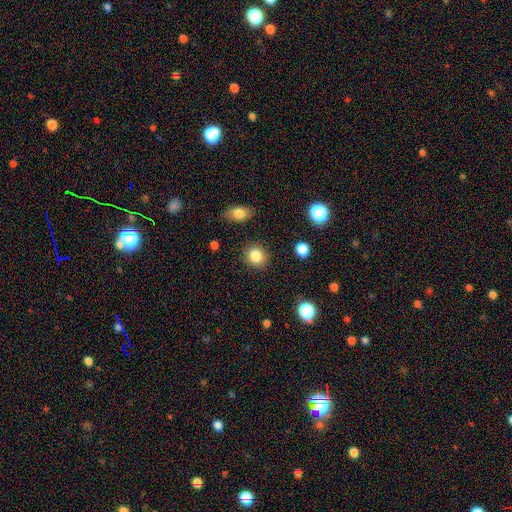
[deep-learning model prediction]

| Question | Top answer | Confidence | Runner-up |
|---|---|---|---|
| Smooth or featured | smooth | 84% | star or artifact (10%) |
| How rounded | round | 80% | in between (19%) |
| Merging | none | 88% | minor disturbance (7%) |